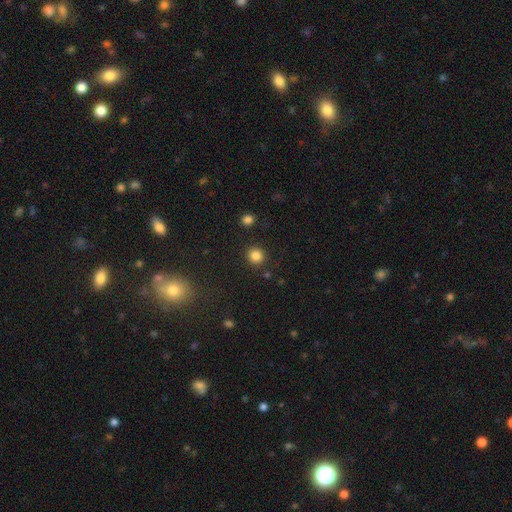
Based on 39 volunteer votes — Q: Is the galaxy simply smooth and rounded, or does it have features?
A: smooth — 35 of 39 (90%).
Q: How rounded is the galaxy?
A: round — 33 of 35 (94%).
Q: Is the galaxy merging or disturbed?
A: none — 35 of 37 (95%).